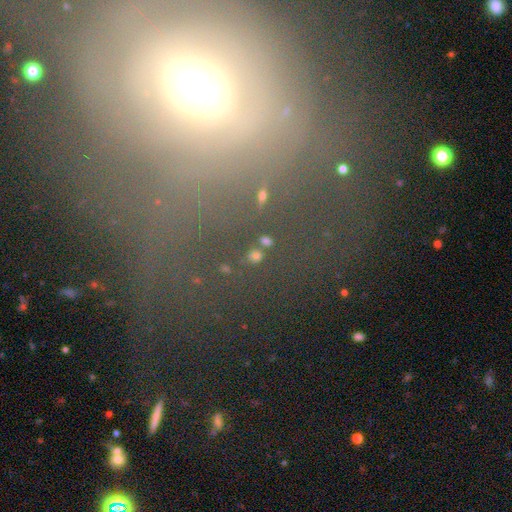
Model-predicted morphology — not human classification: Smooth or featured? smooth (46%)
Merging? none (76%)